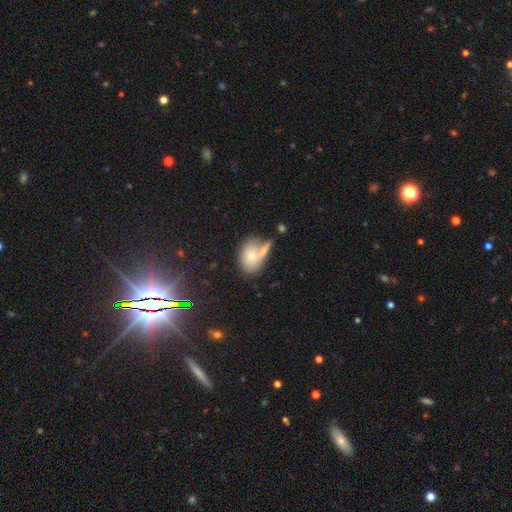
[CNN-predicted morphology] Q: Smooth or featured?
A: smooth (66%); runner-up: featured or disk (20%)
Q: How rounded?
A: in between (76%); runner-up: round (20%)
Q: Merging?
A: none (41%); runner-up: merger (35%)